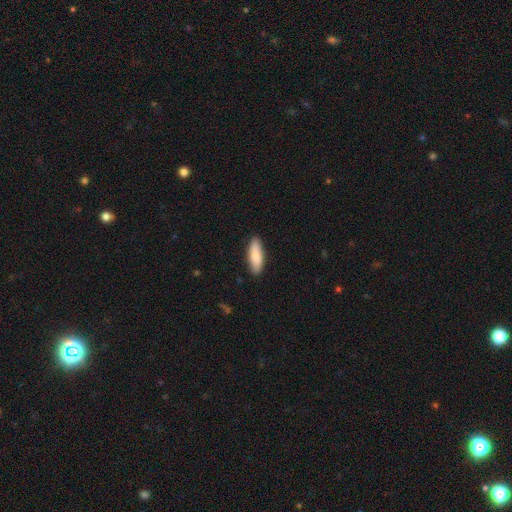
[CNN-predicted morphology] smooth_or_featured: smooth (p=0.85) [alt: featured or disk p=0.10]
how_rounded: in between (p=0.56) [alt: cigar-shaped p=0.43]
merging: none (p=0.89) [alt: minor disturbance p=0.09]